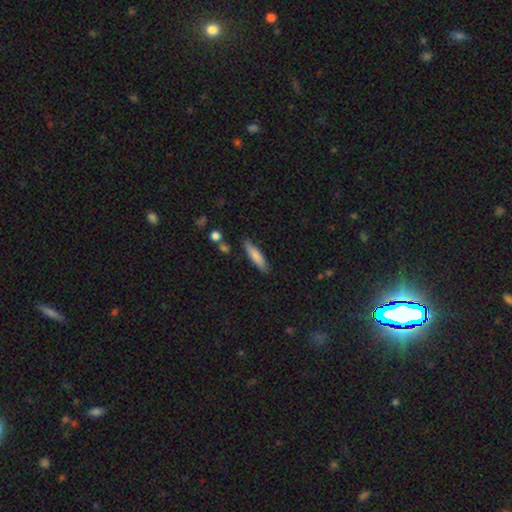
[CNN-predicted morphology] This is likely a smooth galaxy (79%). How rounded: likely cigar-shaped (77%). Merging: clearly none (82%).